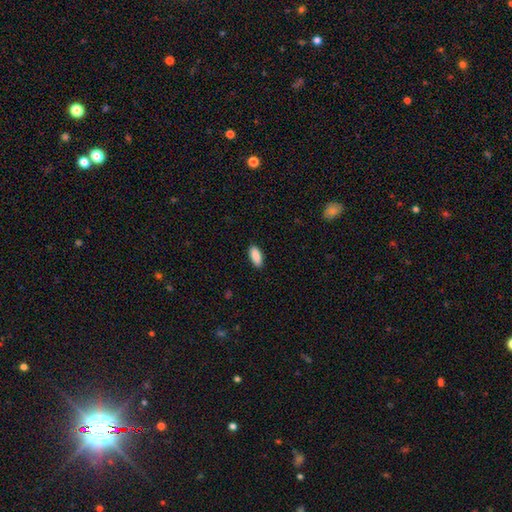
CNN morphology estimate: Smooth or featured? Predicted: smooth (p=0.90). How rounded? Predicted: in between (p=0.86). Merging? Predicted: none (p=0.89).